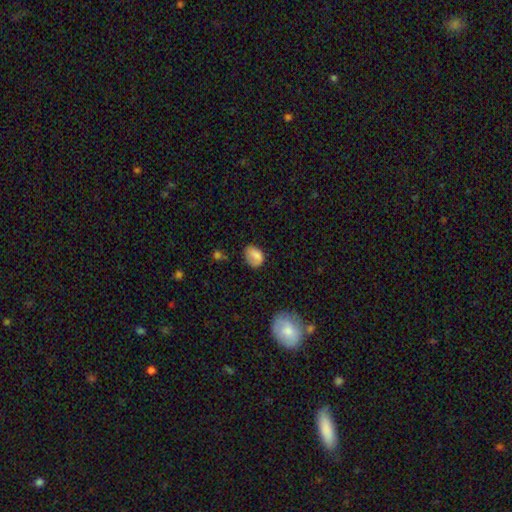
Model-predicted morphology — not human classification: smooth_or_featured: smooth (p=0.80) [alt: featured or disk p=0.11]
how_rounded: in between (p=0.69) [alt: round p=0.30]
merging: none (p=0.56) [alt: minor disturbance p=0.30]